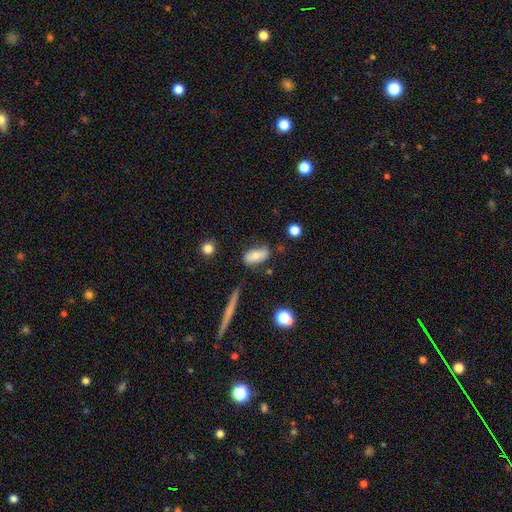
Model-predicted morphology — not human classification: Smooth or featured?
  - smooth: 65% *
  - featured or disk: 26%
  - star or artifact: 9%
How rounded?
  - in between: 85% *
  - cigar-shaped: 10%
  - round: 5%
Merging?
  - none: 56% *
  - minor disturbance: 28%
  - major disturbance: 10%
  - merger: 5%